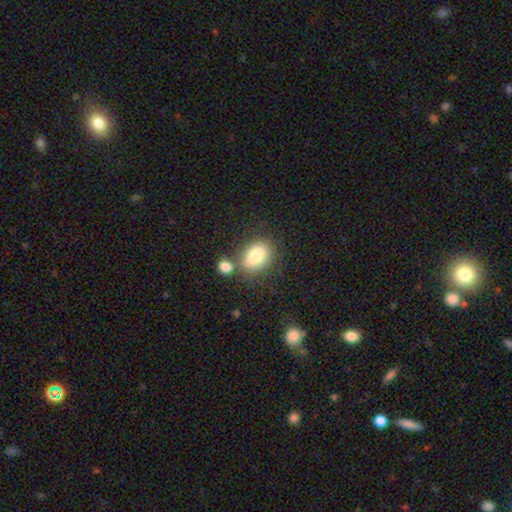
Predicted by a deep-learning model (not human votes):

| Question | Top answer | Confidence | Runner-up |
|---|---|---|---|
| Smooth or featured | smooth | 83% | featured or disk (9%) |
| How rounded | in between | 78% | round (20%) |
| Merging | none | 63% | merger (18%) |